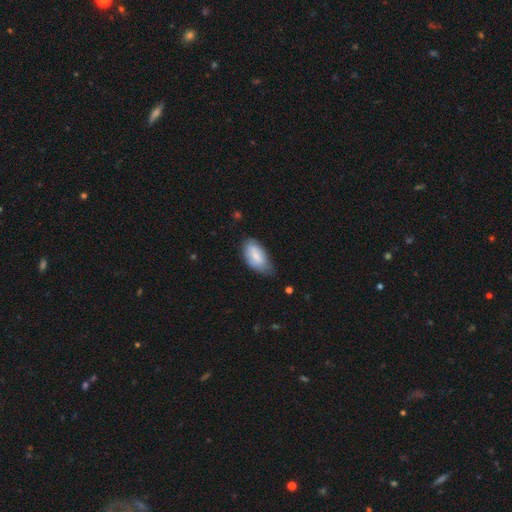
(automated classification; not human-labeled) Q: Smooth or featured?
A: smooth (72%); runner-up: featured or disk (22%)
Q: How rounded?
A: in between (94%); runner-up: cigar-shaped (3%)
Q: Merging?
A: none (54%); runner-up: minor disturbance (37%)